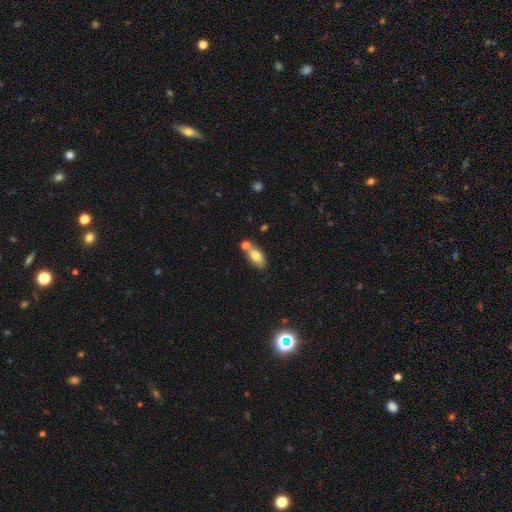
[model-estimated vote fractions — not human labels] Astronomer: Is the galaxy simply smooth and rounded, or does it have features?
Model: smooth — 76%.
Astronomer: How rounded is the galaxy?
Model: in between — 87%.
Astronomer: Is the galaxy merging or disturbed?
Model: none — 59%.